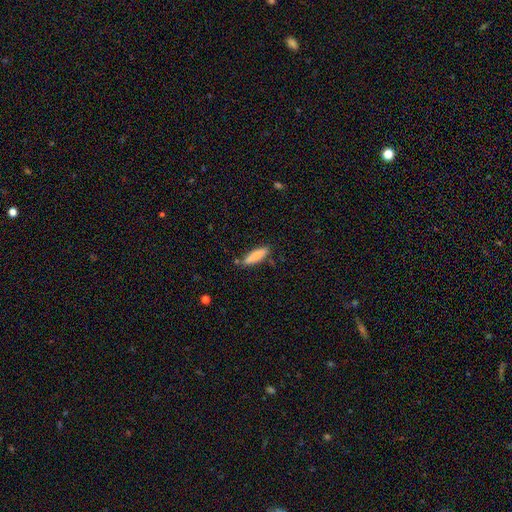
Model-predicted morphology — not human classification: smooth 81%, featured or disk 13%, star or artifact 6%. Down the decision tree: how rounded — cigar-shaped (70%); merging — none (80%).